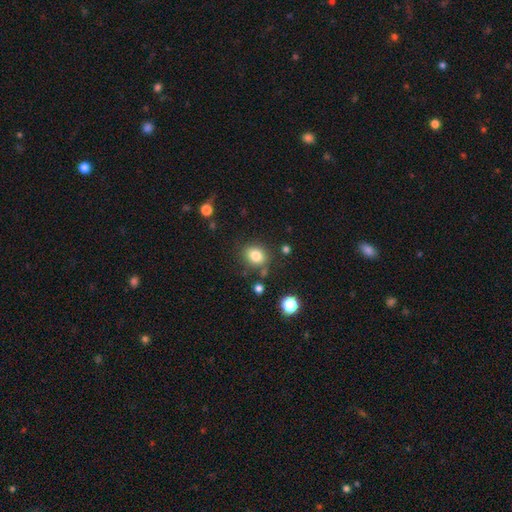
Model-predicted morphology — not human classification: type=smooth (81%); roundness=round (58%); merging=none (78%).